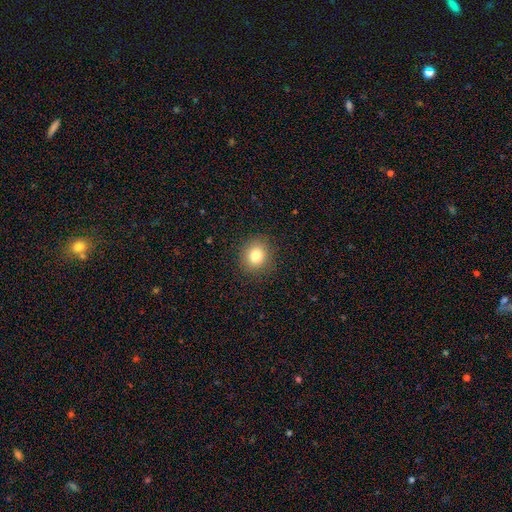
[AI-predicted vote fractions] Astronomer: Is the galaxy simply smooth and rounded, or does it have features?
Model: smooth — 81%.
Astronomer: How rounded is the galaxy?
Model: round — 79%.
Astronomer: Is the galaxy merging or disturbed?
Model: none — 89%.